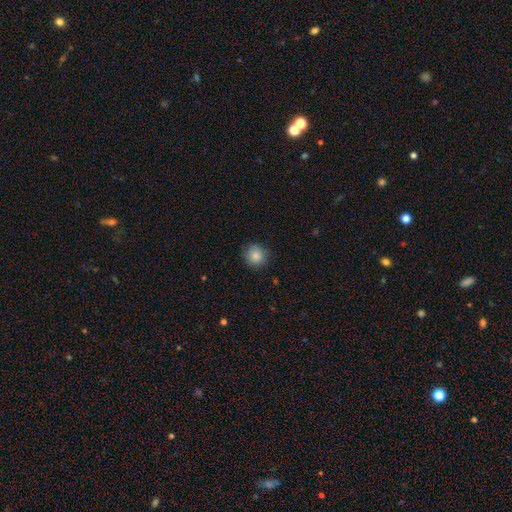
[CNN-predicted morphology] This is clearly a smooth galaxy (86%). How rounded: clearly round (90%). Merging: clearly none (86%).